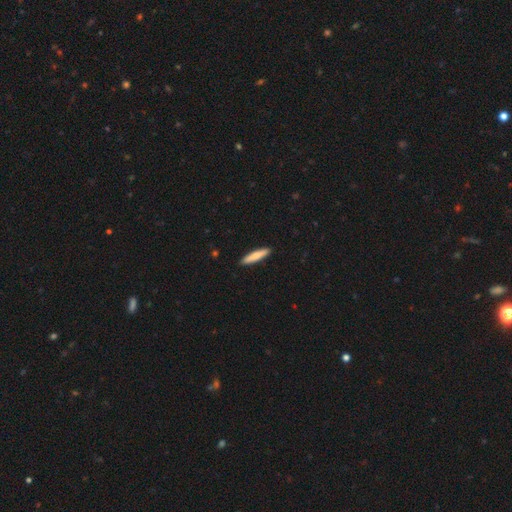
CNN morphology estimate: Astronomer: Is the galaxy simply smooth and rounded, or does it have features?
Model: smooth — 76%.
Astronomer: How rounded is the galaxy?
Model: cigar-shaped — 88%.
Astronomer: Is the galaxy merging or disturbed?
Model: none — 92%.